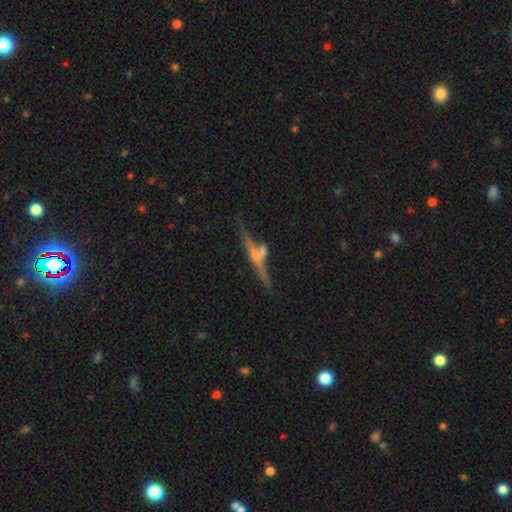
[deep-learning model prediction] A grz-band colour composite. It shows a featured or disk galaxy (70%) viewed edge-on (93%) with a rounded central bulge (74%). Merging: none (61%).